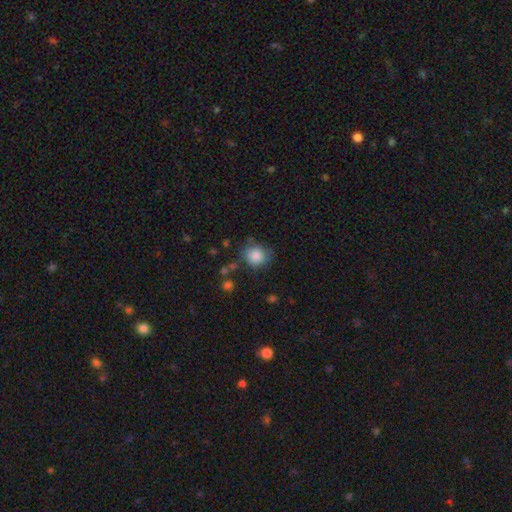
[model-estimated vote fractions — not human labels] A smooth galaxy with no disk features (84%) that is round (79%).

Vote fractions:
- Smooth or featured? smooth: 84% / star or artifact: 8% / featured or disk: 8%
- How rounded? round: 79% / in between: 20% / cigar-shaped: 1%
- Merging? none: 65% / minor disturbance: 24% / major disturbance: 8% / merger: 4%